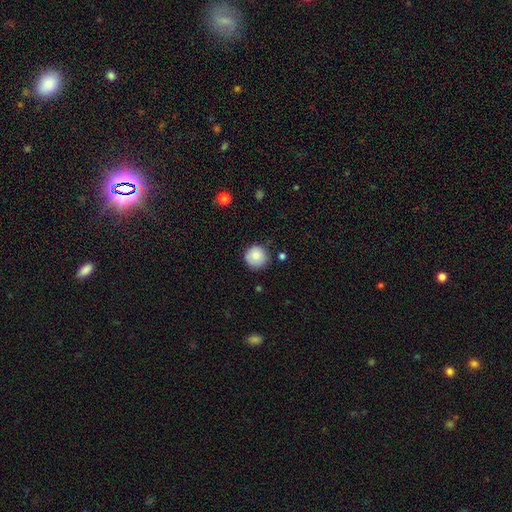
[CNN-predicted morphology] Smooth or featured? smooth (84%)
How rounded? round (95%)
Merging? none (84%)